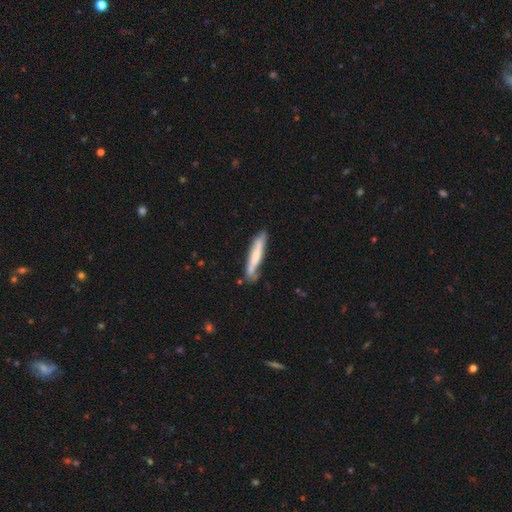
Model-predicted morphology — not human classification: Smooth or featured? Predicted: smooth (p=0.62). How rounded? Predicted: cigar-shaped (p=0.92). Merging? Predicted: none (p=0.71).